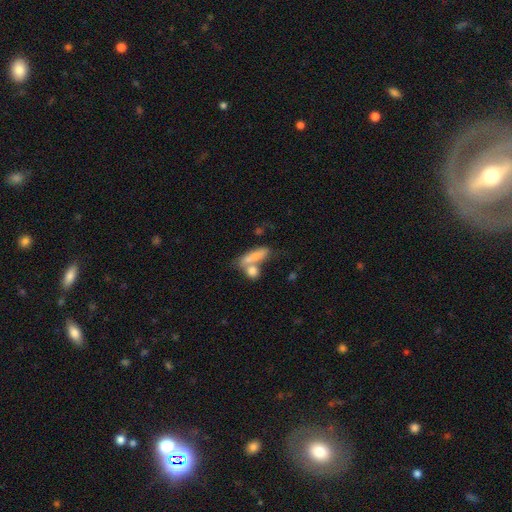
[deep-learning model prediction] The model was most divided on "merging": merger: 46%, none: 33%, minor disturbance: 12%, major disturbance: 8%. More confident: smooth or featured — smooth (73%); how rounded — in between (55%).